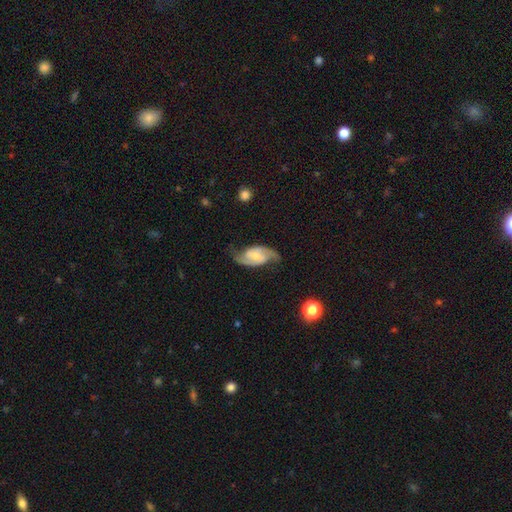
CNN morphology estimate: This appears to be a featured or disk galaxy (86%) with no bar (46%), 2 (93%) medium (48%) spiral arms (97%) and a small central bulge (49%). Merging: none (74%).